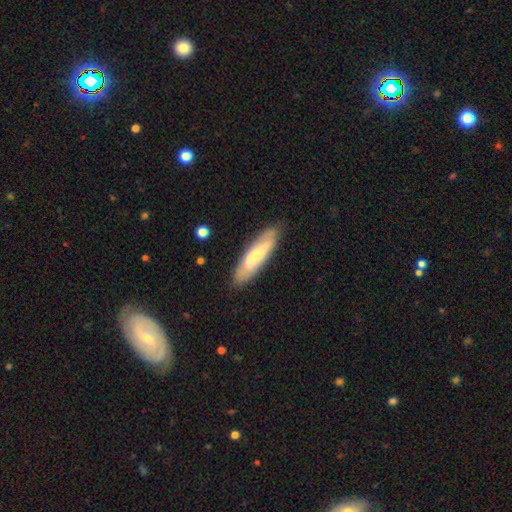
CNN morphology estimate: This appears to be a smooth galaxy with no disk features (57%) that is cigar-shaped (67%). Merging: none (84%).